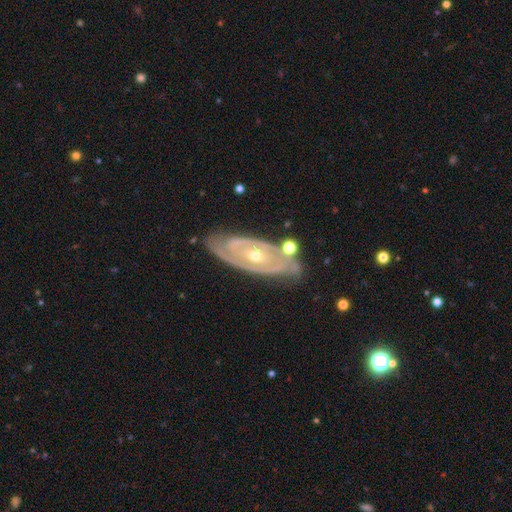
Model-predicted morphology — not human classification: featured or disk 86%, smooth 9%, star or artifact 5%. Down the decision tree: edge-on disk — no (90%); bar — no (68%); spiral arms — yes (85%); spiral arm count — 2 (50%); spiral winding — tight (73%); bulge size — small (54%); merging — none (71%).